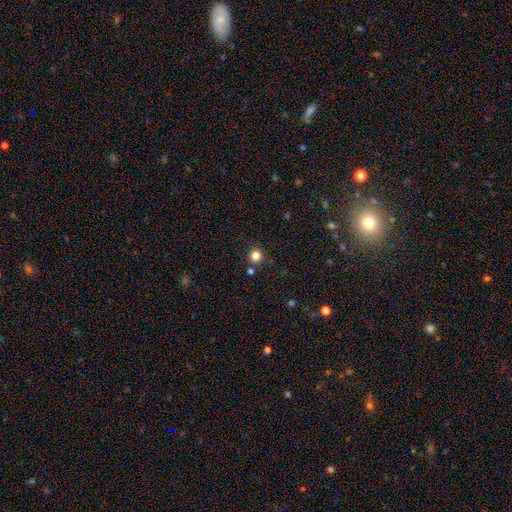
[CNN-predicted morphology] Overall: smooth (82%). How rounded: round (94%). Merging: none (88%).